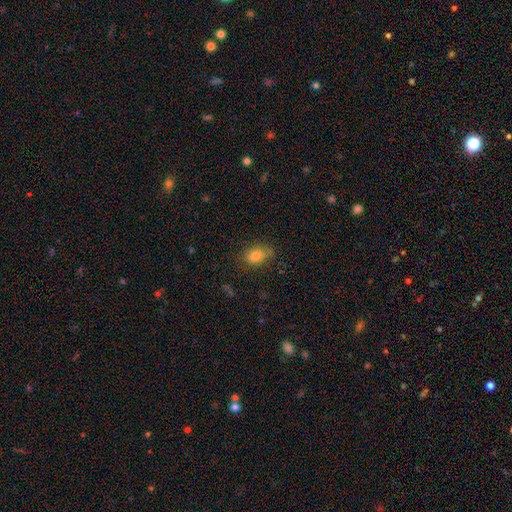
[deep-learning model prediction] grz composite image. It shows a smooth galaxy with no disk features (82%) that is in between round and cigar-shaped (73%). Merging: none (77%).